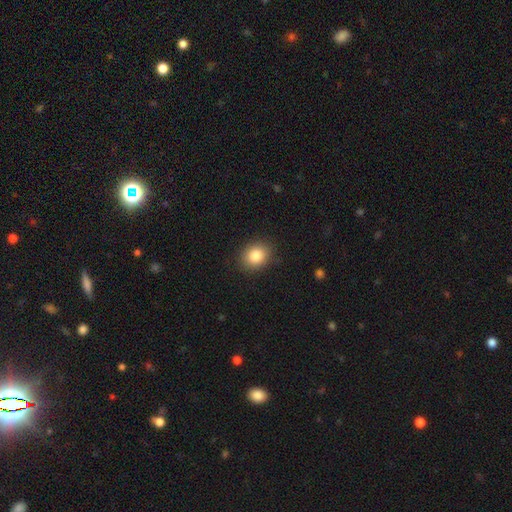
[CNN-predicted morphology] Smooth or featured?
  - smooth: 84% *
  - star or artifact: 10%
  - featured or disk: 6%
How rounded?
  - round: 57% *
  - in between: 42%
  - cigar-shaped: 1%
Merging?
  - none: 89% *
  - minor disturbance: 8%
  - major disturbance: 2%
  - merger: 1%